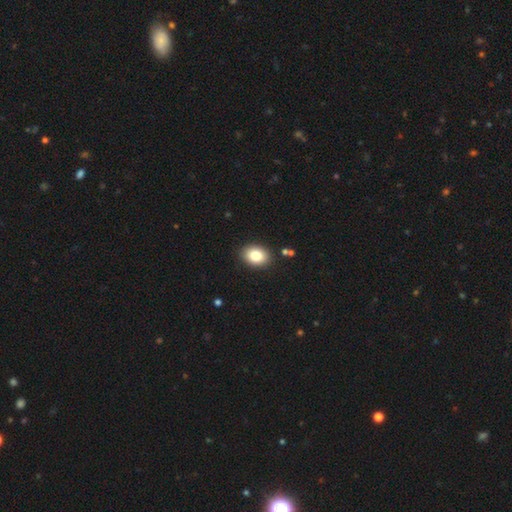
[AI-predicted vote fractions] A smooth galaxy with no disk features (82%) that is in between round and cigar-shaped (73%).

Vote fractions:
- Smooth or featured? smooth: 82% / featured or disk: 9% / star or artifact: 9%
- How rounded? in between: 73% / round: 26% / cigar-shaped: 1%
- Merging? none: 88% / minor disturbance: 8% / major disturbance: 2% / merger: 2%